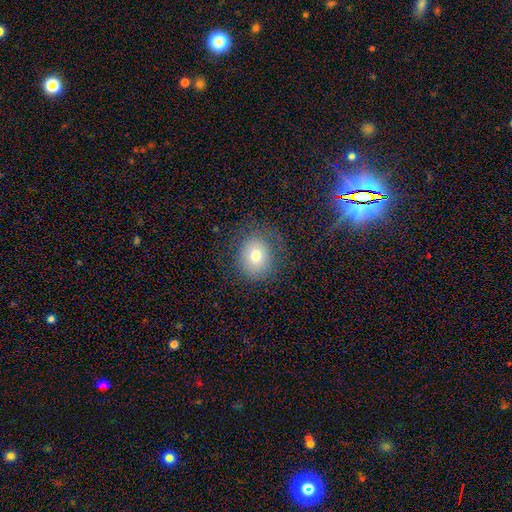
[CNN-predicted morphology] Q: Smooth or featured?
A: smooth (71%); runner-up: featured or disk (17%)
Q: How rounded?
A: round (72%); runner-up: in between (27%)
Q: Merging?
A: none (74%); runner-up: minor disturbance (15%)